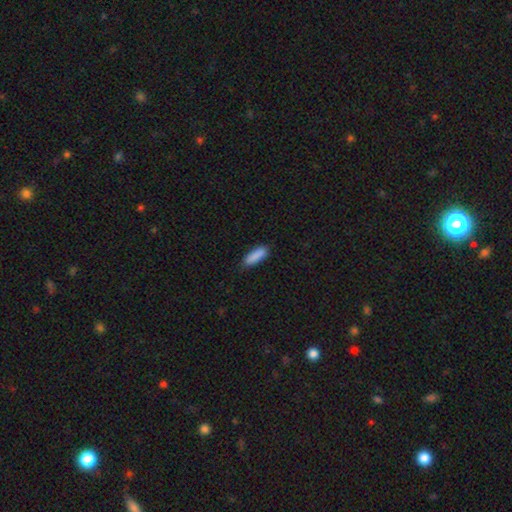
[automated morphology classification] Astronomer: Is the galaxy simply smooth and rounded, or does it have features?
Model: smooth — 89%.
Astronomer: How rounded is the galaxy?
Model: cigar-shaped — 49%, tied with in between at 49%.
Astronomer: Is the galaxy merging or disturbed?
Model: none — 82%.